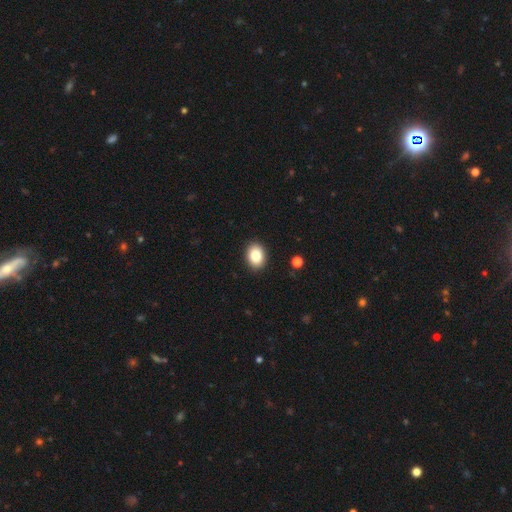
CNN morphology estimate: Smooth or featured? smooth (84%)
How rounded? in between (72%)
Merging? none (90%)